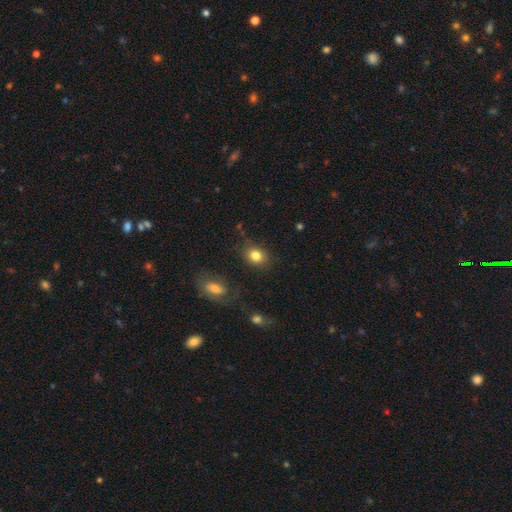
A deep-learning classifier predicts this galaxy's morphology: Q: Smooth or featured?
A: smooth (83%); runner-up: star or artifact (10%)
Q: How rounded?
A: in between (52%); runner-up: round (47%)
Q: Merging?
A: none (79%); runner-up: minor disturbance (14%)